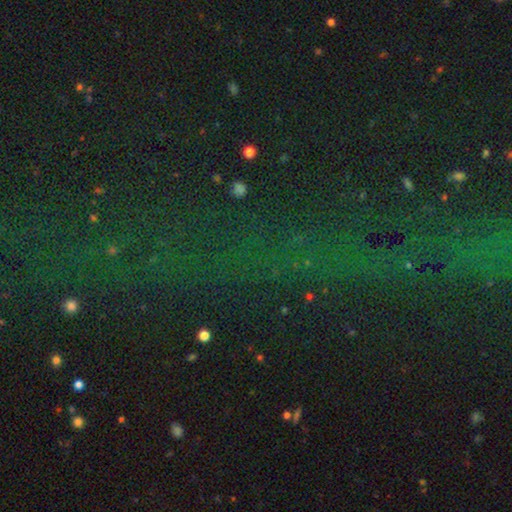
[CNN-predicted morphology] Smooth or featured? Predicted: star or artifact (p=0.72).